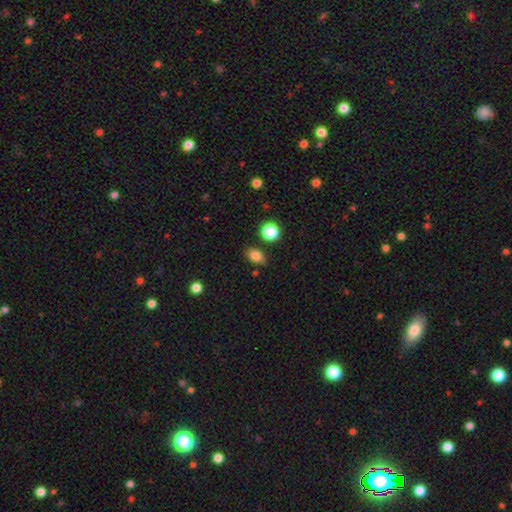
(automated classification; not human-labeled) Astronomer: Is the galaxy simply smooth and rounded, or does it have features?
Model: smooth — 83%.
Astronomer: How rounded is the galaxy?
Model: in between — 75%.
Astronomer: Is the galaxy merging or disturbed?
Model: none — 81%.